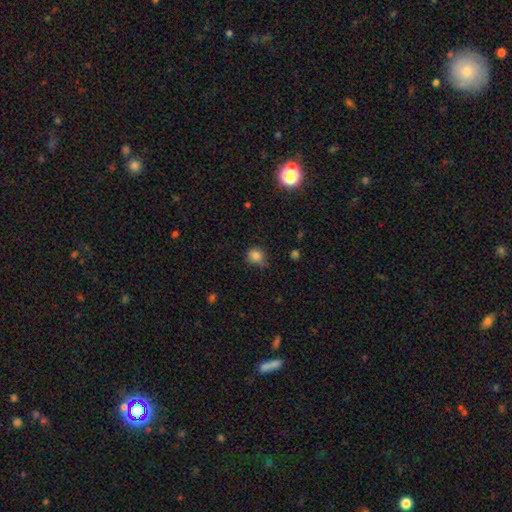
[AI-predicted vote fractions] smooth_or_featured: smooth (p=0.82) [alt: star or artifact p=0.12]
how_rounded: round (p=0.77) [alt: in between p=0.22]
merging: none (p=0.65) [alt: minor disturbance p=0.27]